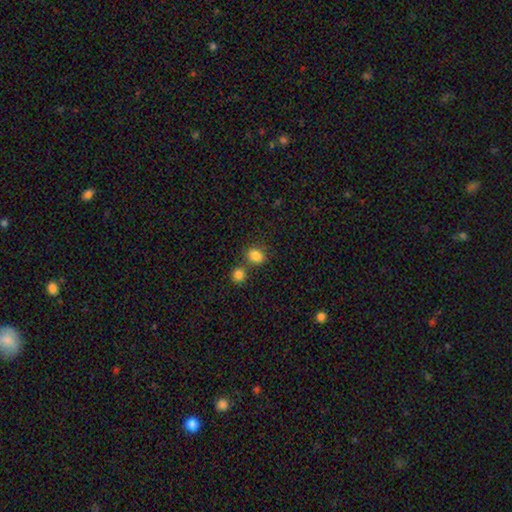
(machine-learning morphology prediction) Q: Smooth or featured?
A: smooth (84%); runner-up: star or artifact (11%)
Q: How rounded?
A: in between (52%); runner-up: round (47%)
Q: Merging?
A: none (65%); runner-up: merger (21%)